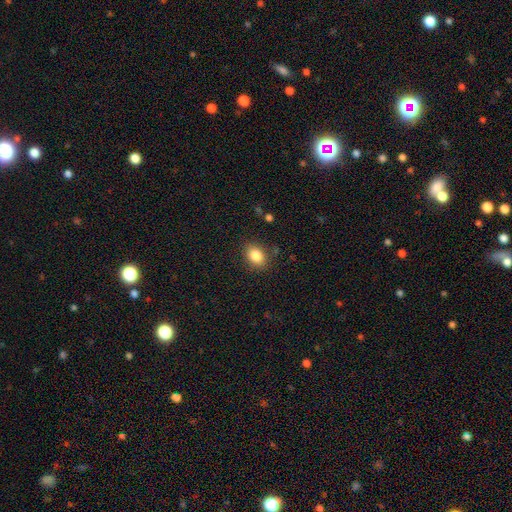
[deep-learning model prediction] Smooth or featured? smooth (85%)
How rounded? in between (65%)
Merging? none (86%)